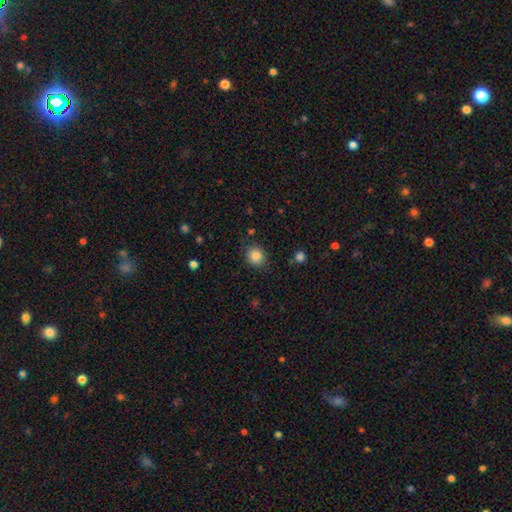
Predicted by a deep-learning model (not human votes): Smooth or featured?
  - smooth: 84% *
  - star or artifact: 10%
  - featured or disk: 6%
How rounded?
  - round: 76% *
  - in between: 23%
  - cigar-shaped: 1%
Merging?
  - none: 83% *
  - minor disturbance: 12%
  - major disturbance: 3%
  - merger: 2%